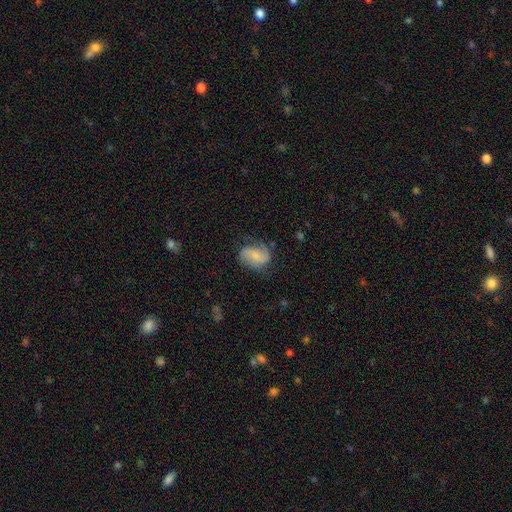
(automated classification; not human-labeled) Morphology: type=featured or disk (48%); merging=none (64%).